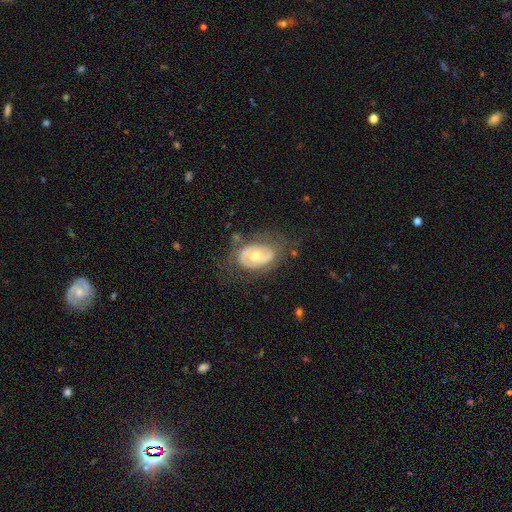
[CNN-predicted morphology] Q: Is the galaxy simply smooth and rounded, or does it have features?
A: featured or disk — 64%.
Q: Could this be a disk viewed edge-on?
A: no — 94%.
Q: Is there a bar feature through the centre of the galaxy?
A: no — 68%.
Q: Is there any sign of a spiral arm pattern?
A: no — 60%.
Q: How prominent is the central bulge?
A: moderate — 70%.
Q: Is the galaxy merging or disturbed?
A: none — 59%.